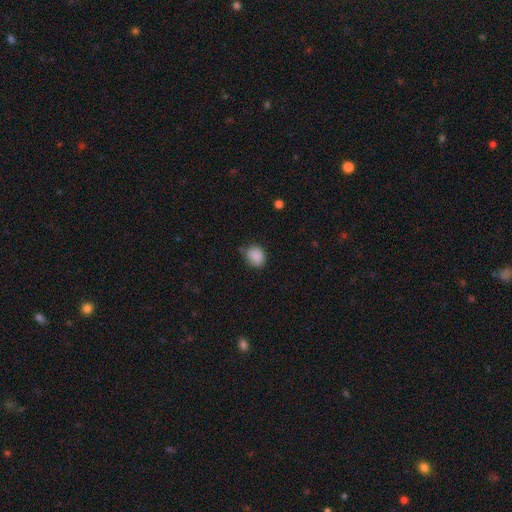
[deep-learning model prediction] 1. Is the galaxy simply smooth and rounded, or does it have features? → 87% smooth, 9% star or artifact, 4% featured or disk.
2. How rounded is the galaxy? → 58% round, 41% in between, 1% cigar-shaped.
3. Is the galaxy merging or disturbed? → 74% none, 19% minor disturbance, 4% major disturbance, 3% merger.